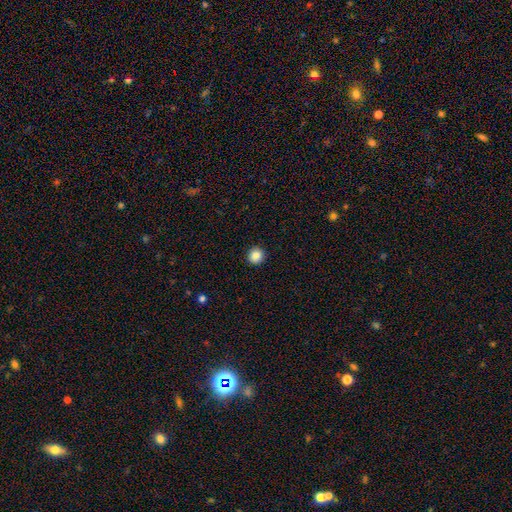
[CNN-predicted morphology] Smooth or featured: smooth — 88% (star or artifact — 9%)
How rounded: round — 93% (in between — 6%)
Merging: none — 93% (minor disturbance — 4%)